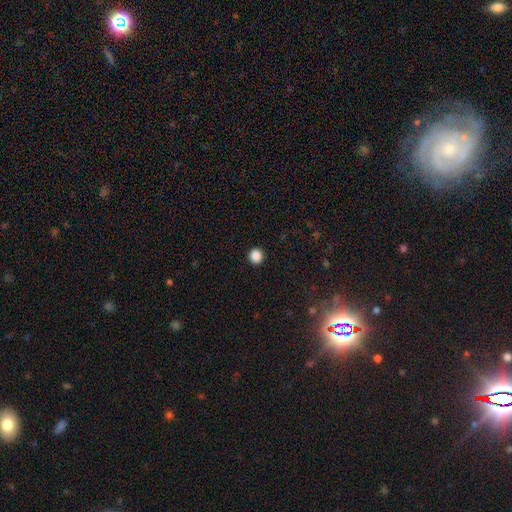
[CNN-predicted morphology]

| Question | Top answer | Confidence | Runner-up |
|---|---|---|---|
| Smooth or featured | smooth | 87% | star or artifact (10%) |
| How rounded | round | 90% | in between (9%) |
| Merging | none | 92% | minor disturbance (5%) |